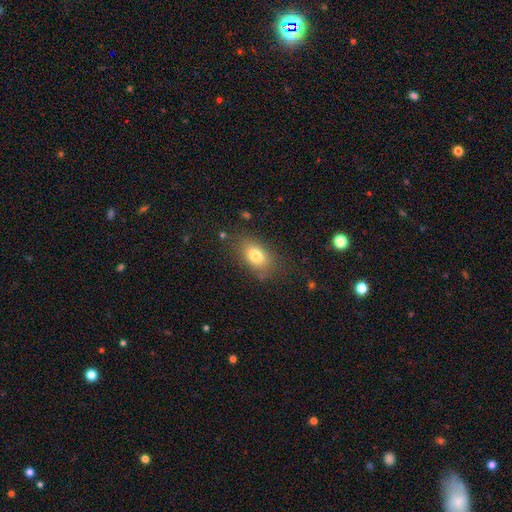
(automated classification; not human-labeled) Smooth or featured?
  - smooth: 79% *
  - featured or disk: 11%
  - star or artifact: 9%
How rounded?
  - in between: 83% *
  - round: 15%
  - cigar-shaped: 2%
Merging?
  - none: 76% *
  - minor disturbance: 16%
  - major disturbance: 6%
  - merger: 2%